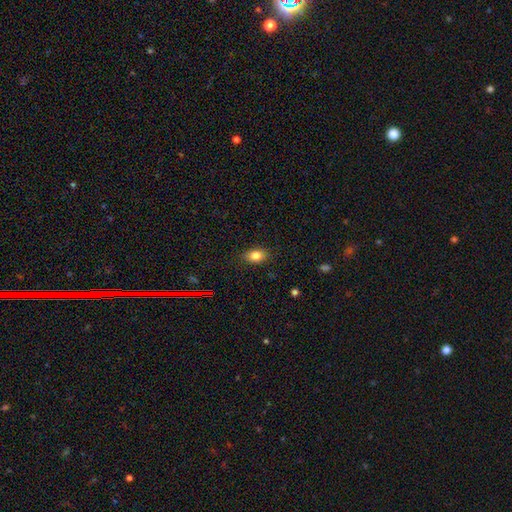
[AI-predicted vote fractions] The model was most divided on "how rounded": in between: 82%, round: 16%, cigar-shaped: 2%. More confident: merging — none (85%); smooth or featured — smooth (82%).